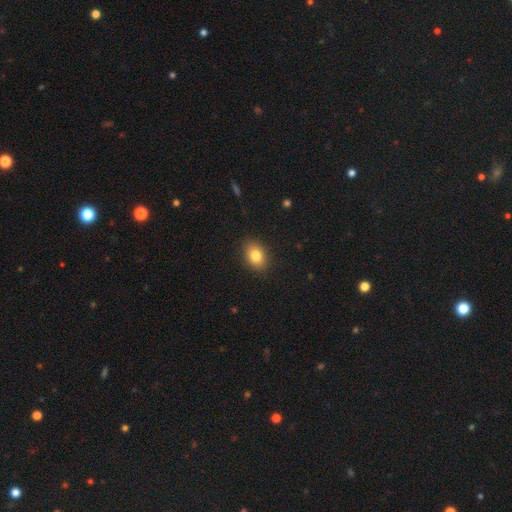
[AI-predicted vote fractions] Smooth or featured? Predicted: smooth (p=0.82). How rounded? Predicted: in between (p=0.72). Merging? Predicted: none (p=0.88).